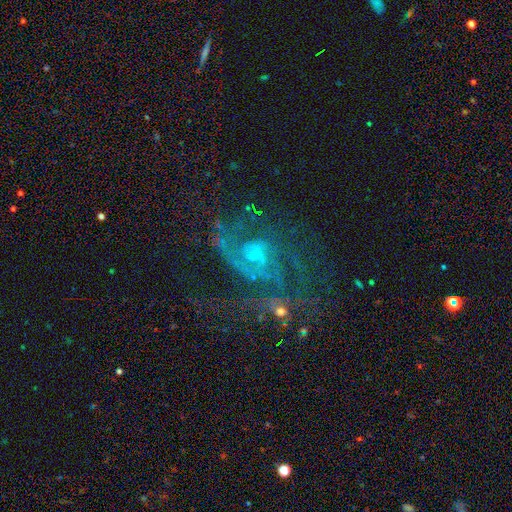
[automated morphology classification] A featured or disk galaxy (81%) with no bar (59%), 2 (38%) medium (47%) spiral arms (90%) and a small central bulge (63%).

Vote fractions:
- Smooth or featured? featured or disk: 81% / star or artifact: 12% / smooth: 7%
- Edge-on disk? no: 98% / yes: 2%
- Bar? no: 59% / weak: 34% / strong: 7%
- Spiral arms? yes: 90% / no: 10%
- Spiral winding? medium: 47% / tight: 29% / loose: 25%
- Spiral arm count? 2: 38% / can't tell: 25% / 3: 16% / 1: 9% / 4: 7% / more than 4: 6%
- Bulge size? small: 63% / moderate: 20% / none: 15% / large: 2% / dominant: 1%
- Merging? none: 47% / major disturbance: 30% / minor disturbance: 16% / merger: 7%